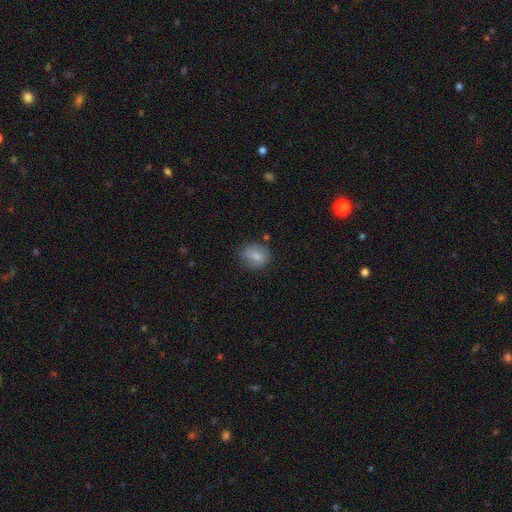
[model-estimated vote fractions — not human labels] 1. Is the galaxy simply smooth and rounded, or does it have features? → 79% smooth, 13% featured or disk, 8% star or artifact.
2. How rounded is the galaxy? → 49% round (tied), 49% in between (tied), 2% cigar-shaped.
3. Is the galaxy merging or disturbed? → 66% none, 24% minor disturbance, 7% major disturbance, 3% merger.